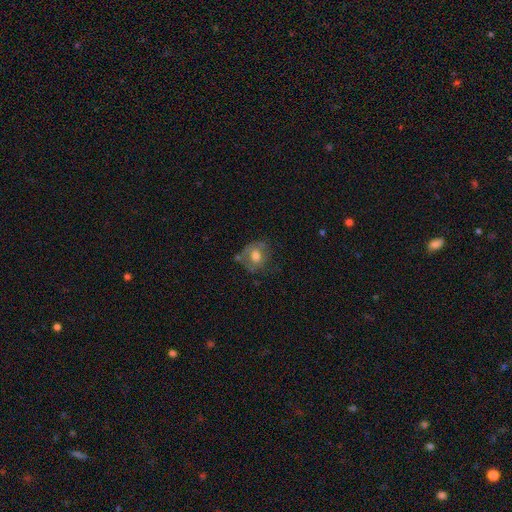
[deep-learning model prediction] smooth-or-featured: smooth: 55% | featured or disk: 36% | star or artifact: 9%
  how-rounded: round: 62% | in between: 37% | cigar-shaped: 1%
  merging: none: 47% | minor disturbance: 27% | major disturbance: 19% | merger: 6%